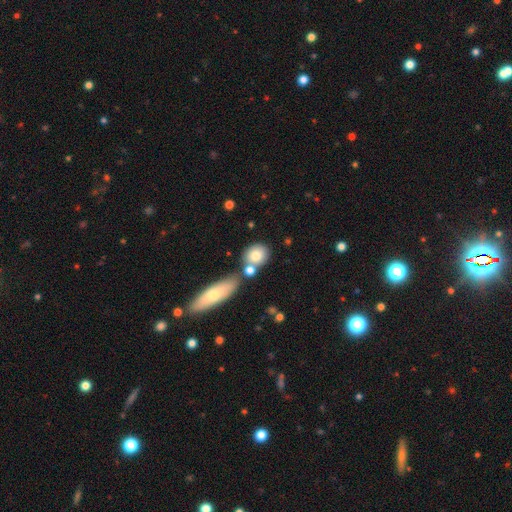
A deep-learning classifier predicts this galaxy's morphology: This is likely a smooth galaxy (77%). How rounded: likely round (61%). Merging: possibly none (55%).